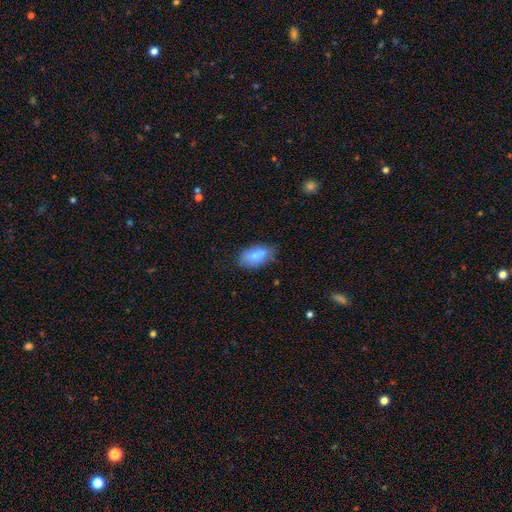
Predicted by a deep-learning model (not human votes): Smooth or featured: smooth — 78% (featured or disk — 15%)
How rounded: in between — 92% (round — 5%)
Merging: none — 70% (minor disturbance — 23%)